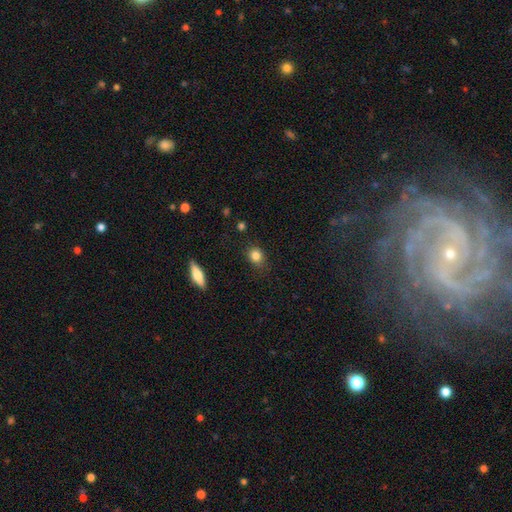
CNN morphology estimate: The model was most divided on "how rounded": round: 60%, in between: 38%, cigar-shaped: 2%. More confident: smooth or featured — smooth (84%); merging — none (81%).